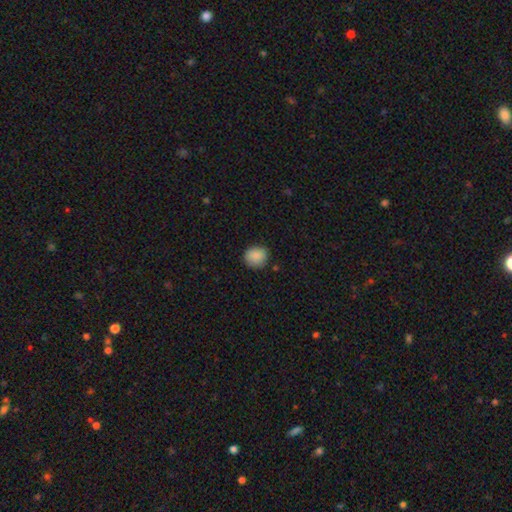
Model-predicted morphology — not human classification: Overall: smooth (88%). How rounded: round (78%). Merging: none (82%).